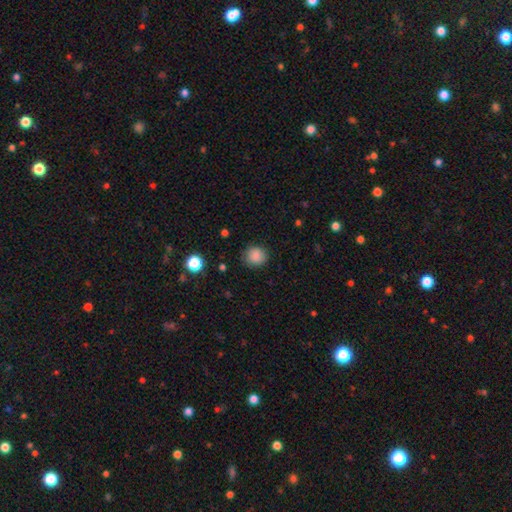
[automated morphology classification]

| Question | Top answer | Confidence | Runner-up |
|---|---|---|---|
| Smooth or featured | smooth | 87% | star or artifact (10%) |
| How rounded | round | 88% | in between (12%) |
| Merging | none | 85% | minor disturbance (10%) |